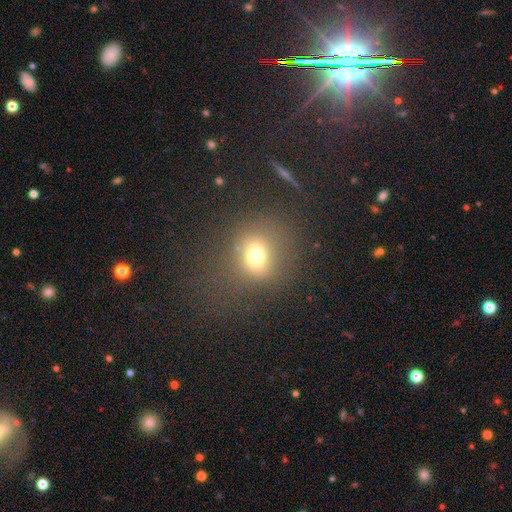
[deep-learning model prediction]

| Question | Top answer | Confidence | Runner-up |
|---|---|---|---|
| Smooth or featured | smooth | 70% | star or artifact (18%) |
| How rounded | round | 73% | in between (26%) |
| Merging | none | 70% | minor disturbance (14%) |